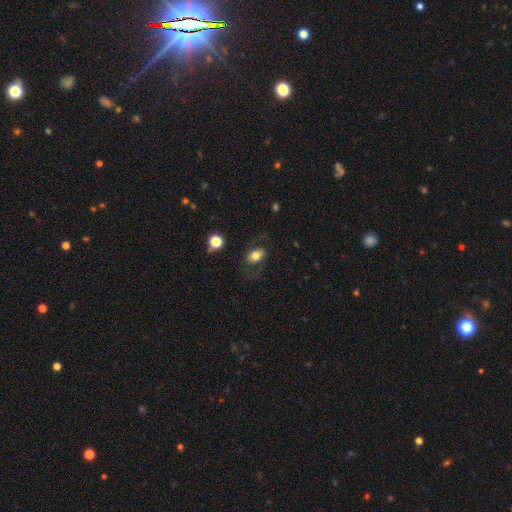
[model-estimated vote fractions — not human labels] Smooth or featured?
  - smooth: 69% *
  - featured or disk: 23%
  - star or artifact: 9%
How rounded?
  - in between: 82% *
  - round: 17%
  - cigar-shaped: 2%
Merging?
  - none: 69% *
  - minor disturbance: 16%
  - major disturbance: 12%
  - merger: 2%